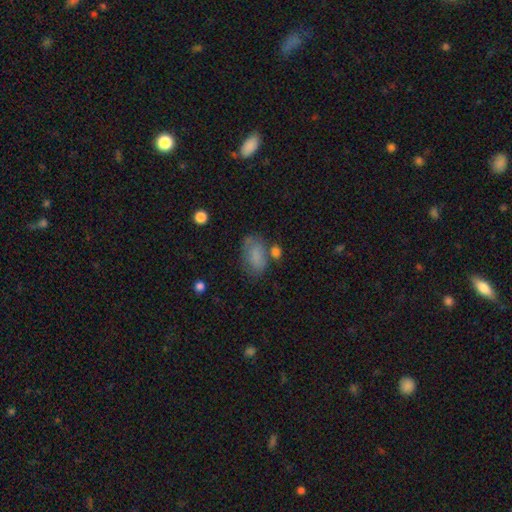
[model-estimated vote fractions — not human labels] A smooth galaxy with no disk features (74%) that is in between round and cigar-shaped (89%).

Vote fractions:
- Smooth or featured? smooth: 74% / featured or disk: 16% / star or artifact: 9%
- How rounded? in between: 89% / round: 9% / cigar-shaped: 2%
- Merging? none: 51% / minor disturbance: 24% / merger: 12% / major disturbance: 12%